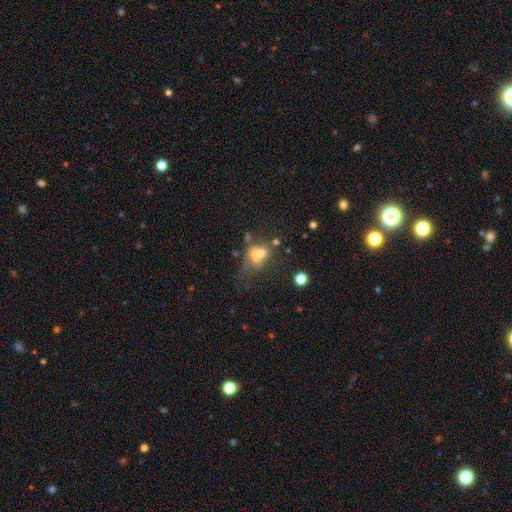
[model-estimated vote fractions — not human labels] Morphology: type=smooth (52%); roundness=in between (58%); merging=merger (47%).